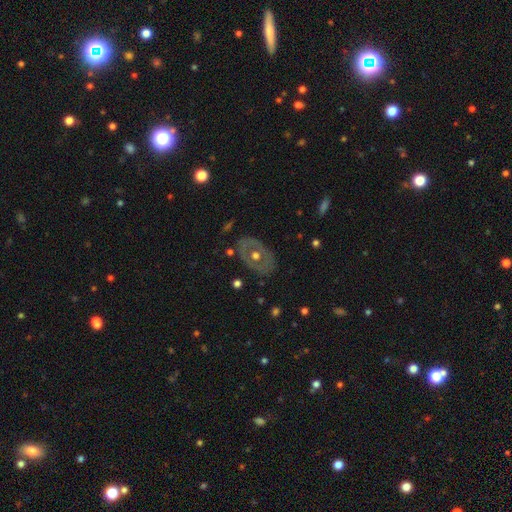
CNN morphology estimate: smooth_or_featured: featured or disk (p=0.58) [alt: smooth p=0.36]
disk_edge_on: no (p=0.91) [alt: yes p=0.09]
bar: no (p=0.90) [alt: weak p=0.07]
has_spiral_arms: no (p=0.90) [alt: yes p=0.10]
bulge_size: moderate (p=0.76) [alt: large p=0.14]
merging: none (p=0.78) [alt: minor disturbance p=0.14]